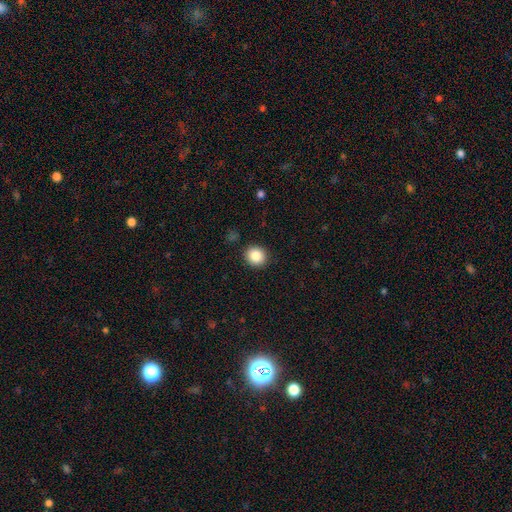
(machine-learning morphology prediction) Smooth or featured: smooth — 85% (star or artifact — 10%)
How rounded: round — 86% (in between — 14%)
Merging: none — 91% (minor disturbance — 6%)